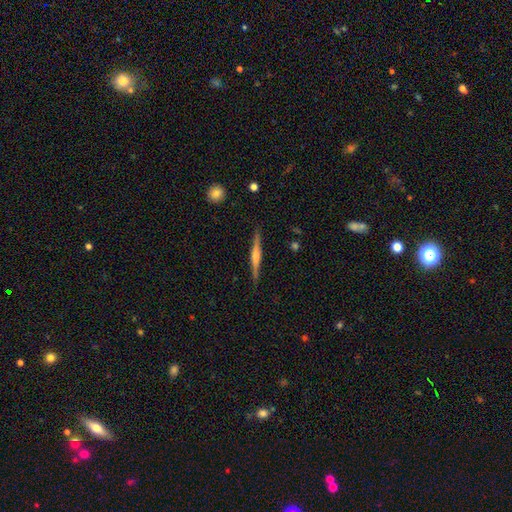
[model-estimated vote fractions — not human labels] smooth_or_featured: featured or disk (p=0.70) [alt: smooth p=0.24]
disk_edge_on: yes (p=0.98) [alt: no p=0.02]
edge_on_bulge: rounded (p=0.67) [alt: boxy p=0.22]
merging: none (p=0.88) [alt: minor disturbance p=0.09]